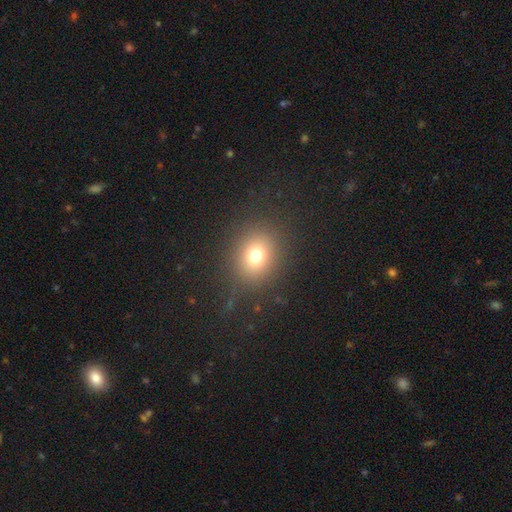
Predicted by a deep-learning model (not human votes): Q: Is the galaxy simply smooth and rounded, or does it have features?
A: smooth — 72%.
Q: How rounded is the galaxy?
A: round — 67%.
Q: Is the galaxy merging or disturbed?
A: none — 84%.